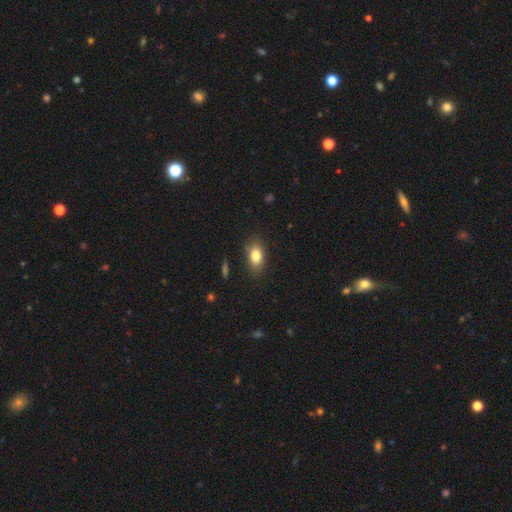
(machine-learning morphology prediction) Smooth or featured? Predicted: smooth (p=0.82). How rounded? Predicted: in between (p=0.85). Merging? Predicted: none (p=0.82).